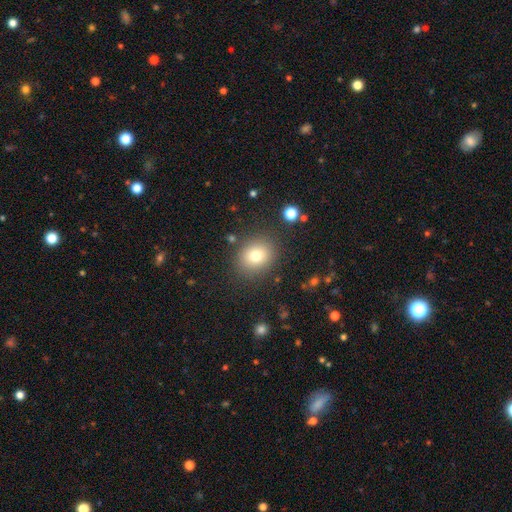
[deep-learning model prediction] This is likely a smooth galaxy (76%). How rounded: likely round (65%). Merging: clearly none (84%).